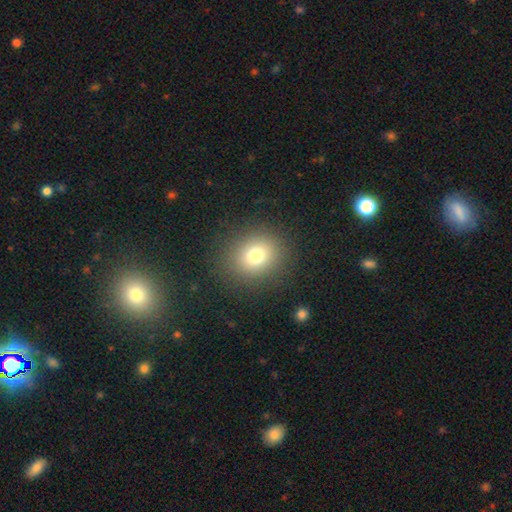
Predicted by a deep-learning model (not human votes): Smooth or featured?
  - smooth: 76% *
  - star or artifact: 15%
  - featured or disk: 10%
How rounded?
  - round: 75% *
  - in between: 24%
  - cigar-shaped: 1%
Merging?
  - none: 88% *
  - minor disturbance: 7%
  - major disturbance: 4%
  - merger: 1%